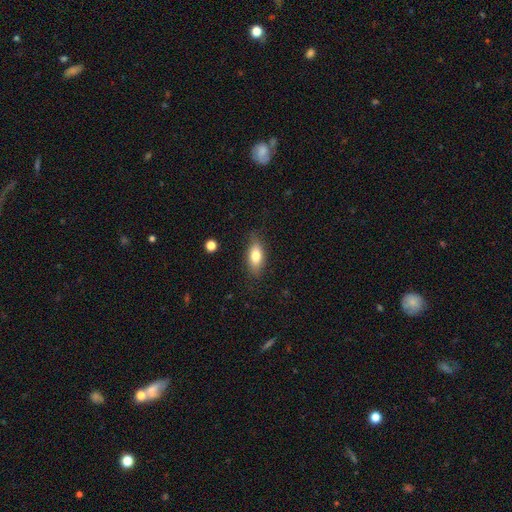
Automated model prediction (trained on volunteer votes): A smooth galaxy with no disk features (75%) that is in between round and cigar-shaped (81%). Merging: none (80%).